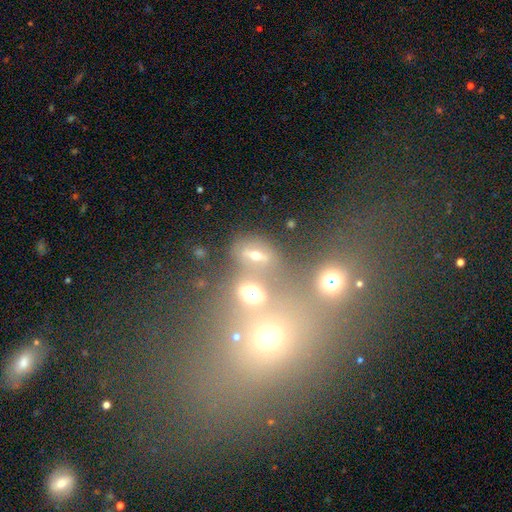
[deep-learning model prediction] This is possibly a smooth galaxy (53%). How rounded: possibly in between (56%). Merging: possibly none (47%).